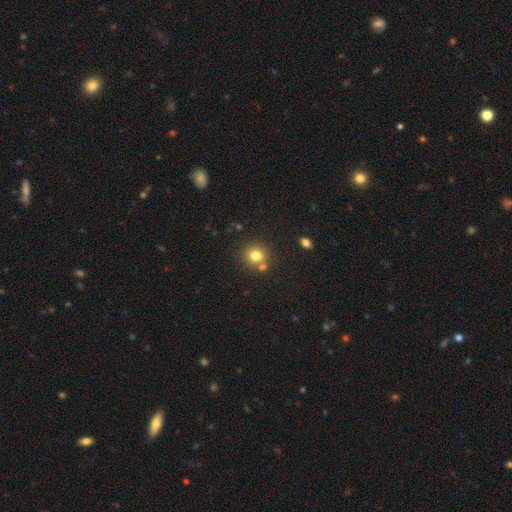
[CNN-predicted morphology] Smooth or featured: smooth — 79% (star or artifact — 13%)
How rounded: round — 86% (in between — 13%)
Merging: none — 71% (merger — 17%)